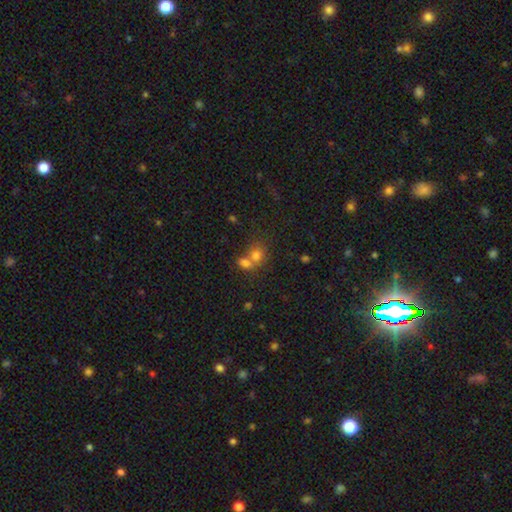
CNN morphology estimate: A smooth galaxy with no disk features (72%) that is round (63%). Merging: merger (62%).